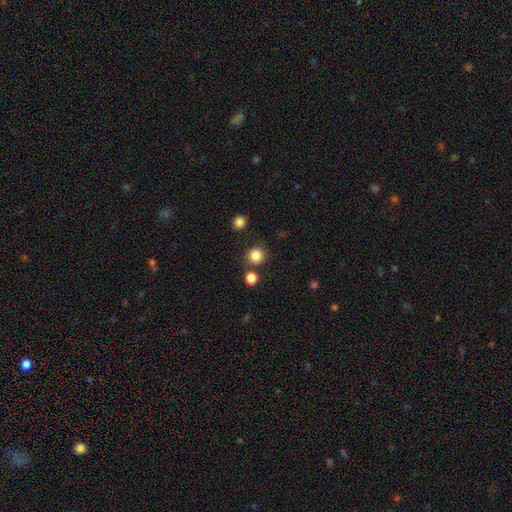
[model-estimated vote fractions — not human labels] smooth_or_featured: smooth (p=0.84) [alt: star or artifact p=0.12]
how_rounded: round (p=0.92) [alt: in between p=0.07]
merging: none (p=0.81) [alt: merger p=0.08]